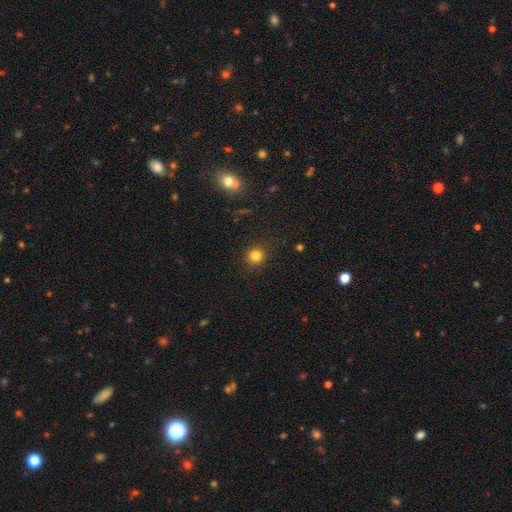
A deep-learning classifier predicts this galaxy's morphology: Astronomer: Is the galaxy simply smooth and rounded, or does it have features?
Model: smooth — 82%.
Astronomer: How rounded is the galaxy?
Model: round — 87%.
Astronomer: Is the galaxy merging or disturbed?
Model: none — 89%.